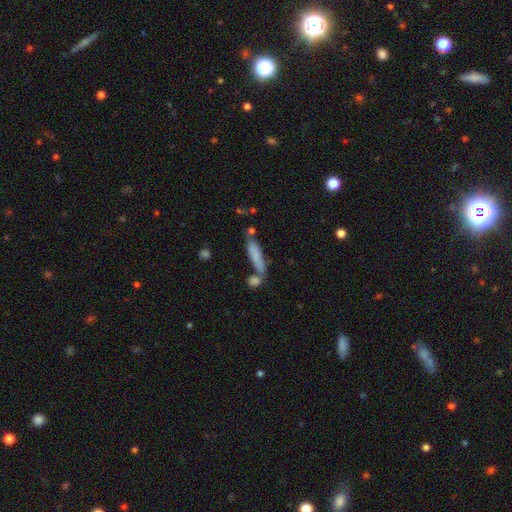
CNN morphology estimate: A smooth galaxy with no disk features (73%) that is cigar-shaped (72%).

Vote fractions:
- Smooth or featured? smooth: 73% / featured or disk: 19% / star or artifact: 8%
- How rounded? cigar-shaped: 72% / in between: 25% / round: 2%
- Merging? none: 55% / merger: 22% / minor disturbance: 17% / major disturbance: 6%